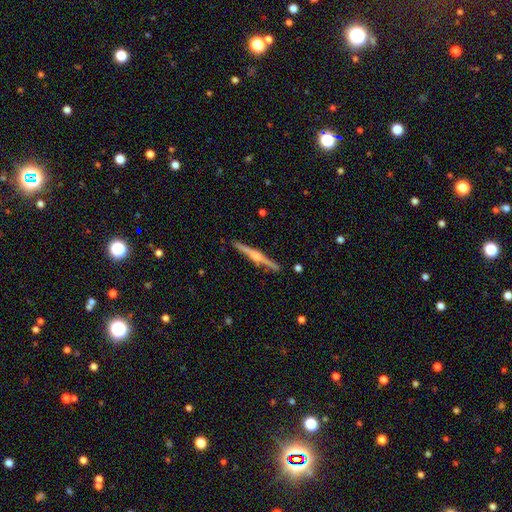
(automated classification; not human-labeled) The model was most divided on "smooth or featured": featured or disk: 82%, smooth: 12%, star or artifact: 5%. More confident: edge-on disk — yes (99%); merging — none (91%); edge-on bulge — rounded (86%).